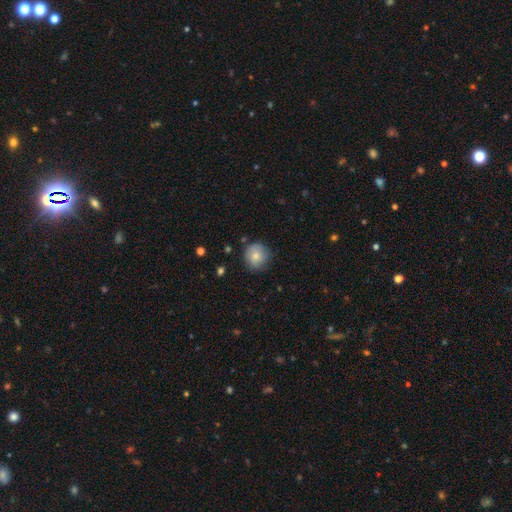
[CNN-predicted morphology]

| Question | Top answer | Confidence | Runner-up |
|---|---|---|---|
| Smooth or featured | smooth | 73% | featured or disk (18%) |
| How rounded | round | 91% | in between (8%) |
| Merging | none | 77% | minor disturbance (17%) |